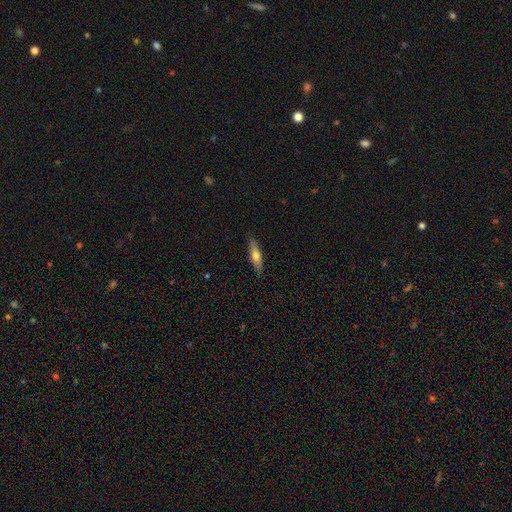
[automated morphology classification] A smooth galaxy with no disk features (57%) that is cigar-shaped (70%). Merging: none (88%).